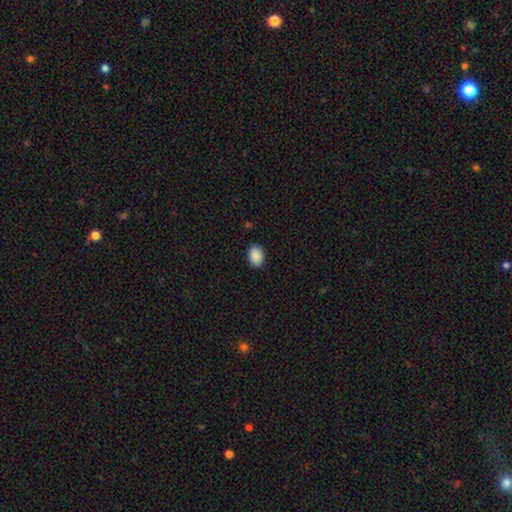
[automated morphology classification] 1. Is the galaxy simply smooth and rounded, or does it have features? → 90% smooth, 7% star or artifact, 3% featured or disk.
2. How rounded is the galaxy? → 81% in between, 18% round, 1% cigar-shaped.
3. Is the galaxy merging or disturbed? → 88% none, 9% minor disturbance, 2% major disturbance, 1% merger.